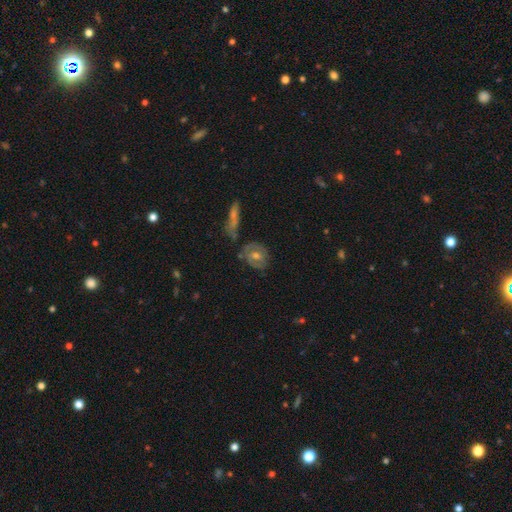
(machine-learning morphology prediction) This appears to be a featured or disk galaxy (62%) with no bar (51%), spiral arms (69%) and a moderate central bulge (68%). Merging: none (69%).